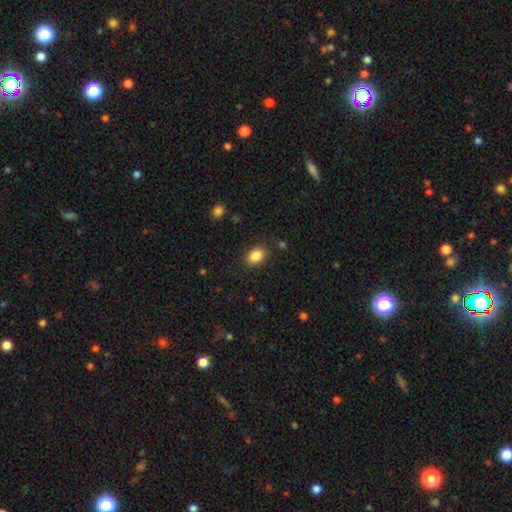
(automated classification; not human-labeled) Smooth or featured? Predicted: smooth (p=0.87). How rounded? Predicted: in between (p=0.75). Merging? Predicted: none (p=0.86).